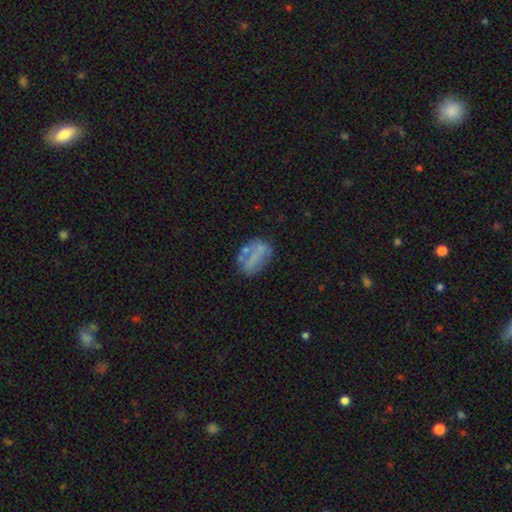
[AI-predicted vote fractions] Smooth or featured?
  - smooth: 50% *
  - featured or disk: 38%
  - star or artifact: 12%
How rounded?
  - in between: 77% *
  - round: 18%
  - cigar-shaped: 6%
Merging?
  - none: 57% *
  - minor disturbance: 21%
  - major disturbance: 12%
  - merger: 10%